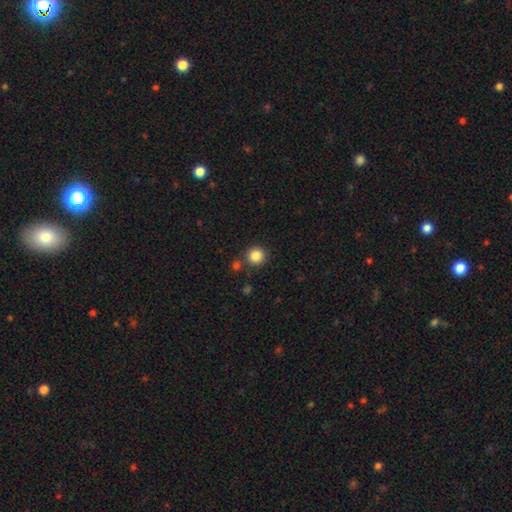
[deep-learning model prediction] smooth_or_featured: smooth (p=0.85) [alt: star or artifact p=0.11]
how_rounded: round (p=0.94) [alt: in between p=0.05]
merging: none (p=0.83) [alt: minor disturbance p=0.07]